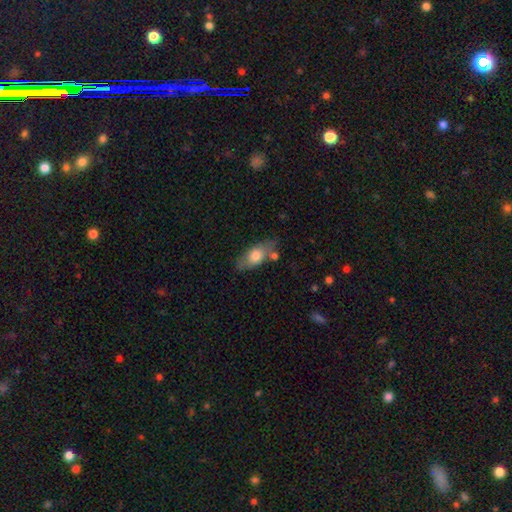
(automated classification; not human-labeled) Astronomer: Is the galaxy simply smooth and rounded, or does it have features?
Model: smooth — 70%.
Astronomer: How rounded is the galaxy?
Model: in between — 84%.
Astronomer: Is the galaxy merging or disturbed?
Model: none — 63%.